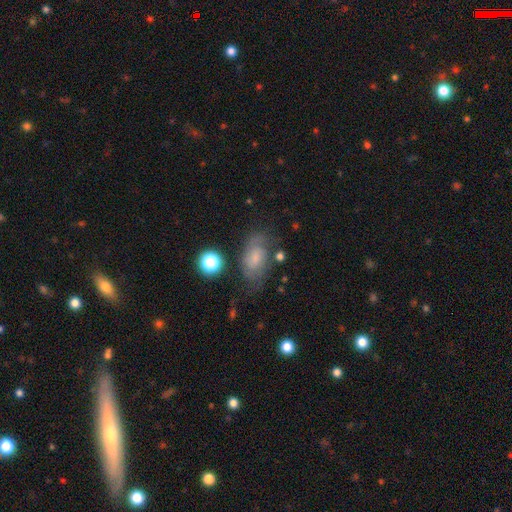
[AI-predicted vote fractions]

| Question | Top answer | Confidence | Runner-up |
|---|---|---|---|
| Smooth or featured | featured or disk | 53% | smooth (35%) |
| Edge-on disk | no | 94% | yes (6%) |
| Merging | none | 62% | minor disturbance (22%) |